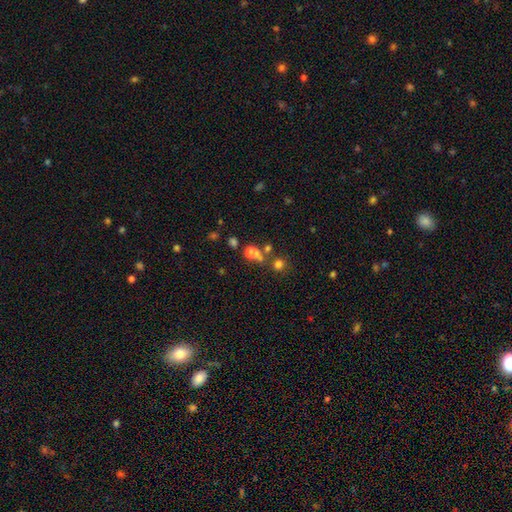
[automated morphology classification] smooth-or-featured: smooth: 64% | star or artifact: 21% | featured or disk: 15%
  how-rounded: round: 77% | in between: 22% | cigar-shaped: 2%
  merging: merger: 41% | none: 40% | minor disturbance: 10% | major disturbance: 9%